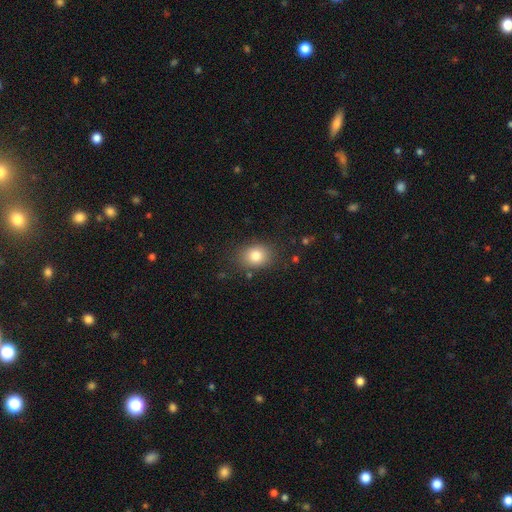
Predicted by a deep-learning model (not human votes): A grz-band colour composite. It shows a smooth galaxy with no disk features (82%) that is in between round and cigar-shaped (51%). Merging: none (82%).